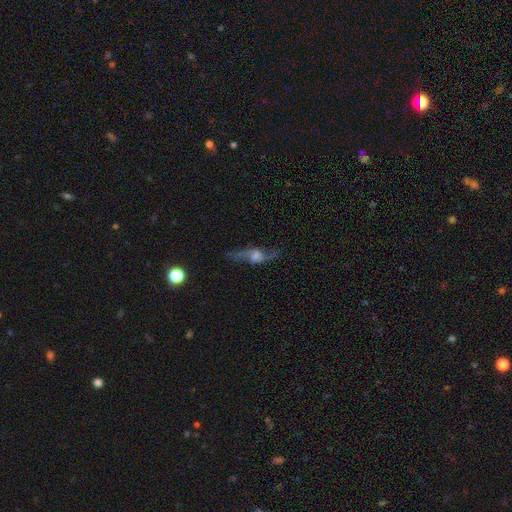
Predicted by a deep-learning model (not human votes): The model was most divided on "edge-on disk": no: 61%, yes: 39%. More confident: smooth or featured — featured or disk (74%); merging — none (71%).